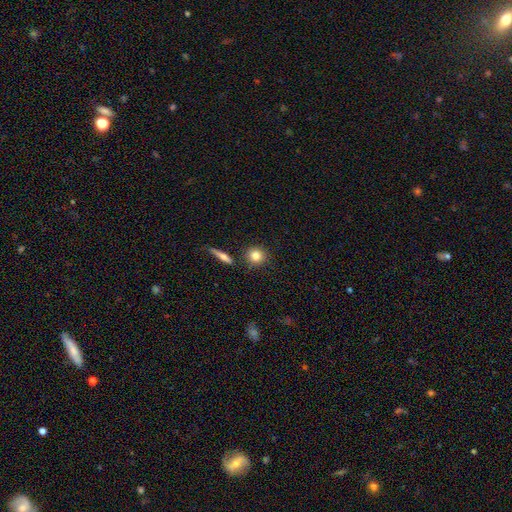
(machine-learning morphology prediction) This is clearly a smooth galaxy (81%). How rounded: clearly round (86%). Merging: clearly none (84%).